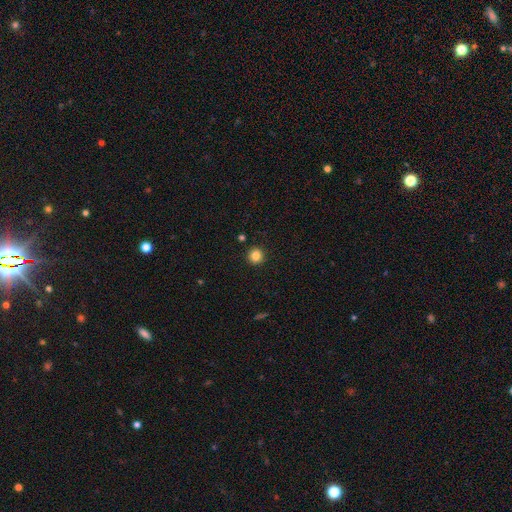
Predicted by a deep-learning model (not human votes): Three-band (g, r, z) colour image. It shows a smooth galaxy with no disk features (83%) that is round (95%). Merging: none (92%).